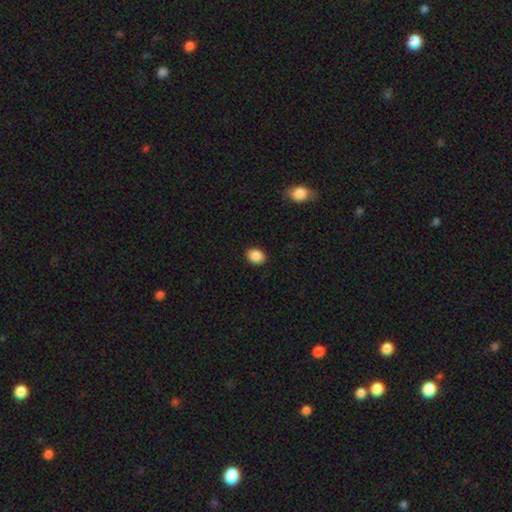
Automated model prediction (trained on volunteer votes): Smooth or featured: smooth — 88% (star or artifact — 9%)
How rounded: round — 52% (in between — 48%)
Merging: none — 90% (minor disturbance — 7%)